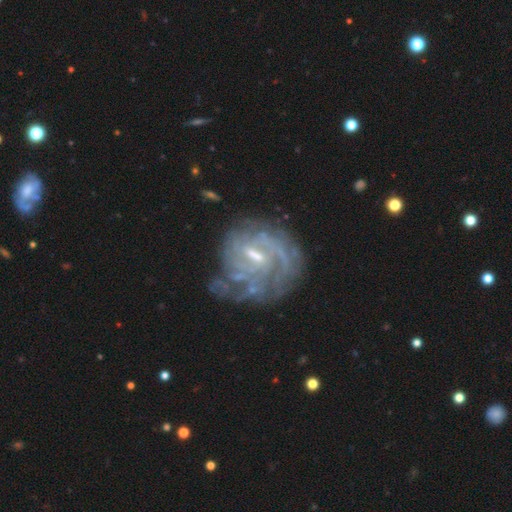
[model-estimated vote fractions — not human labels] A featured or disk galaxy (83%) with a weak bar (59%), tight (60%) spiral arms (87%) and a small central bulge (46%). Merging: none (59%).